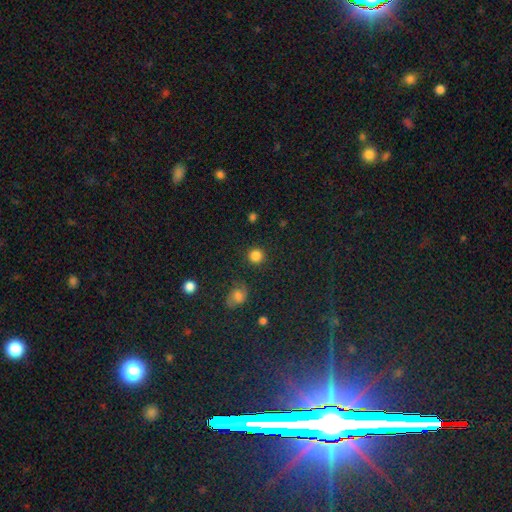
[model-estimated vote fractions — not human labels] Q: Smooth or featured?
A: smooth (84%); runner-up: star or artifact (12%)
Q: How rounded?
A: round (93%); runner-up: in between (6%)
Q: Merging?
A: none (89%); runner-up: minor disturbance (6%)